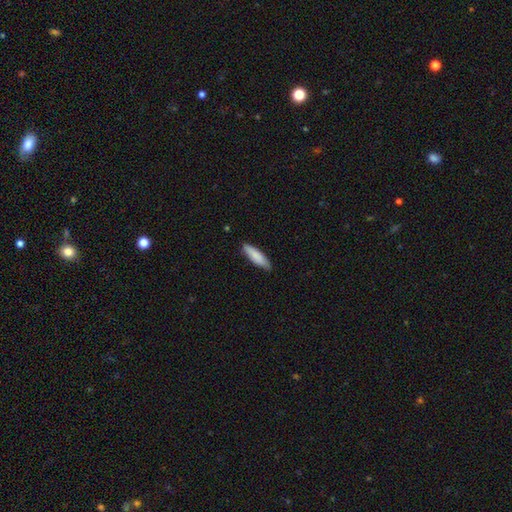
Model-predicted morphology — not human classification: Smooth or featured: smooth — 83% (featured or disk — 11%)
How rounded: cigar-shaped — 66% (in between — 32%)
Merging: none — 82% (minor disturbance — 15%)